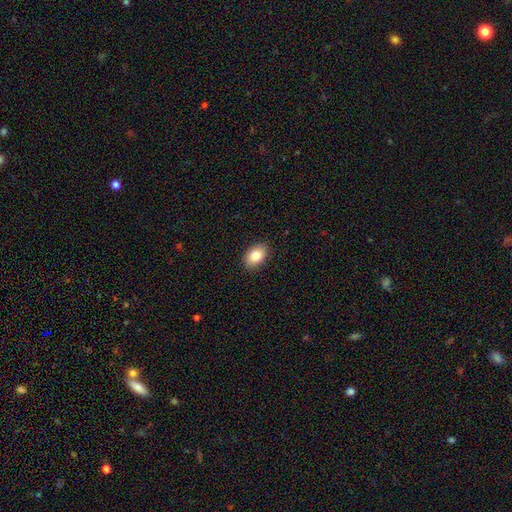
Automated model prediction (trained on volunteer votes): A smooth galaxy with no disk features (83%) that is in between round and cigar-shaped (86%). Merging: none (89%).